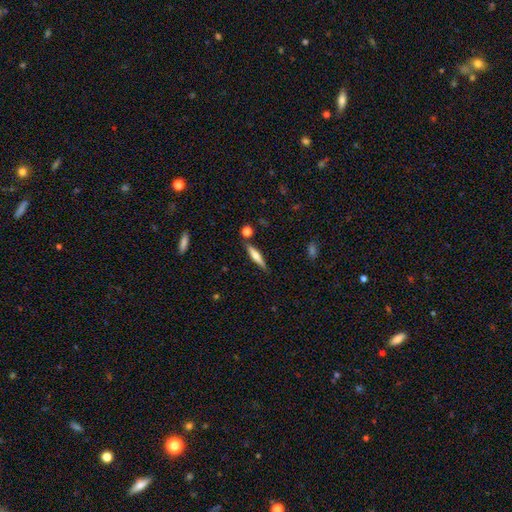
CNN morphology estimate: A featured or disk galaxy (48%).

Vote fractions:
- Smooth or featured? featured or disk: 48% / smooth: 45% / star or artifact: 7%
- Merging? none: 82% / minor disturbance: 10% / merger: 6% / major disturbance: 2%